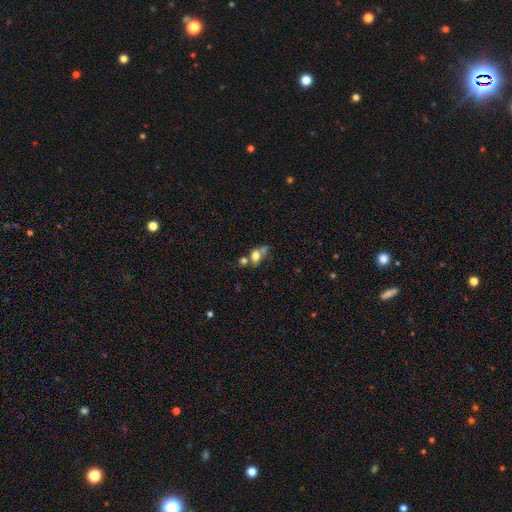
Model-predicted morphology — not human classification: type=smooth (69%); roundness=in between (59%); merging=merger (45%).